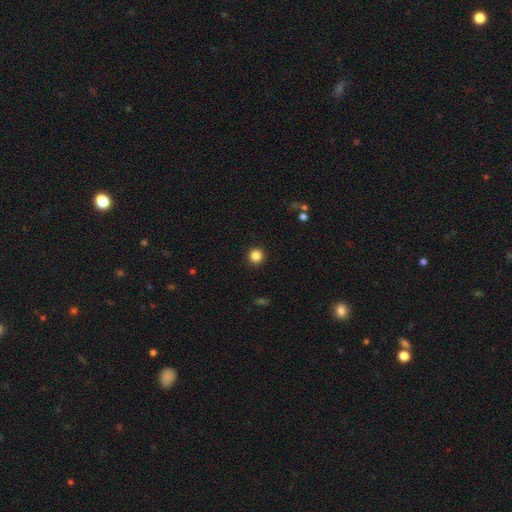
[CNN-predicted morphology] Overall: smooth (85%). How rounded: round (95%). Merging: none (93%).